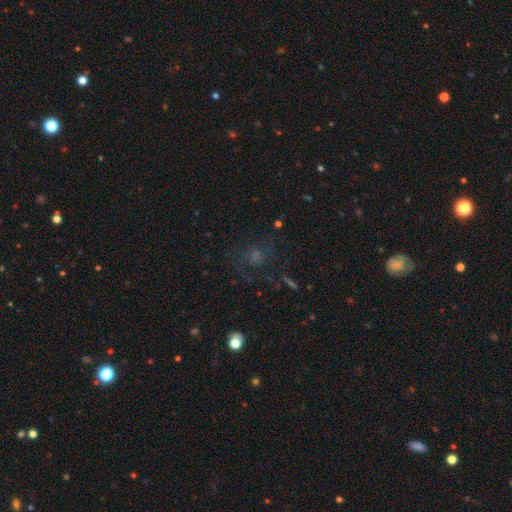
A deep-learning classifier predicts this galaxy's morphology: Overall: star or artifact (42%; smooth 34%).